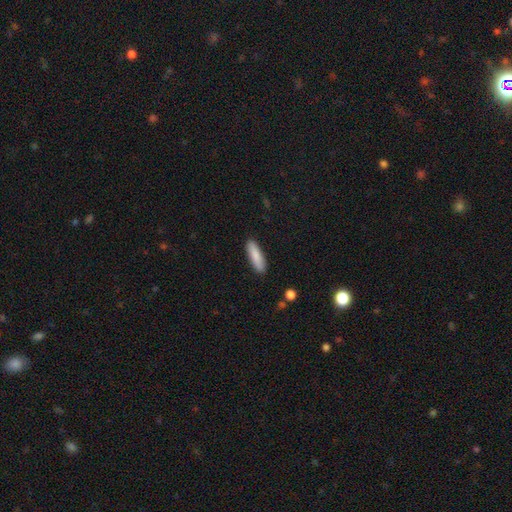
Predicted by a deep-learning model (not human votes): A smooth galaxy with no disk features (85%) that is cigar-shaped (65%). Merging: none (89%).